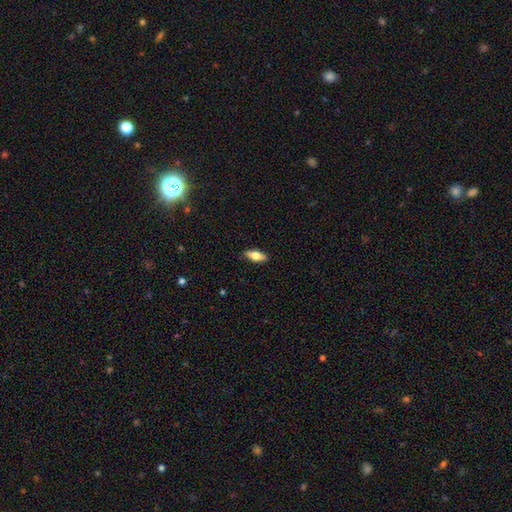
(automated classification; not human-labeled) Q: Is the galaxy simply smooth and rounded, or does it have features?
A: smooth — 66%.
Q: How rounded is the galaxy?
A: in between — 73%.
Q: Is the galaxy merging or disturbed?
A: none — 89%.